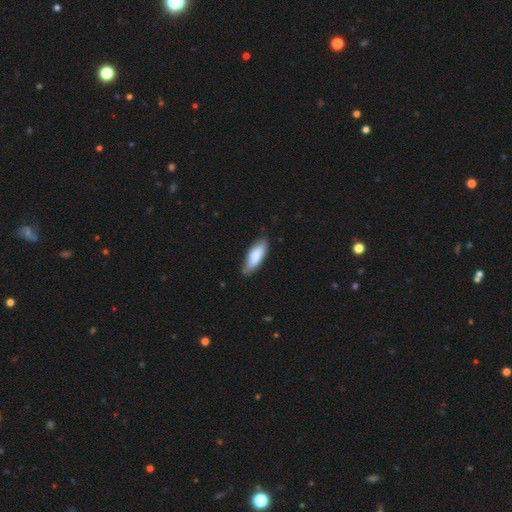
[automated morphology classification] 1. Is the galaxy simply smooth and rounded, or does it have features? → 83% smooth, 12% featured or disk, 6% star or artifact.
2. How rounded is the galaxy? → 65% in between, 33% cigar-shaped, 2% round.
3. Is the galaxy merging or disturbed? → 69% none, 26% minor disturbance, 3% major disturbance, 2% merger.